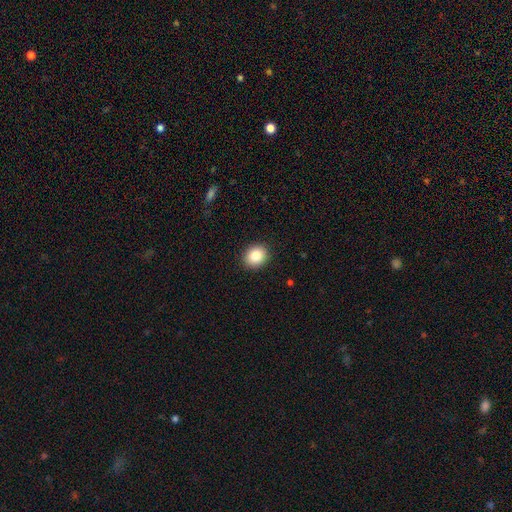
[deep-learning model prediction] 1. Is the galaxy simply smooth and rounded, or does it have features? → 85% smooth, 9% star or artifact, 6% featured or disk.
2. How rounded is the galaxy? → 63% round, 36% in between, 1% cigar-shaped.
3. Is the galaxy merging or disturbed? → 90% none, 7% minor disturbance, 2% major disturbance, 1% merger.